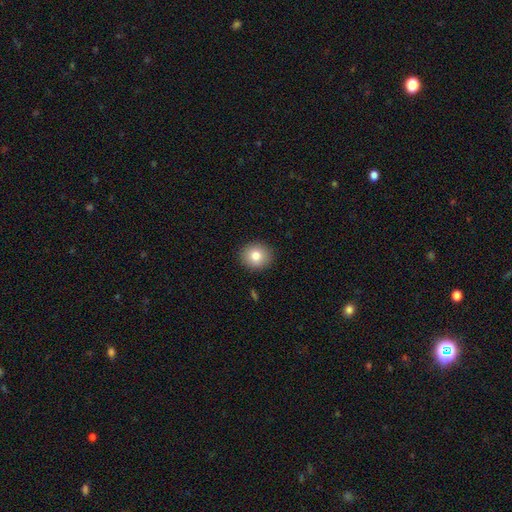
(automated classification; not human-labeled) A smooth galaxy with no disk features (81%) that is round (82%). Merging: none (91%).